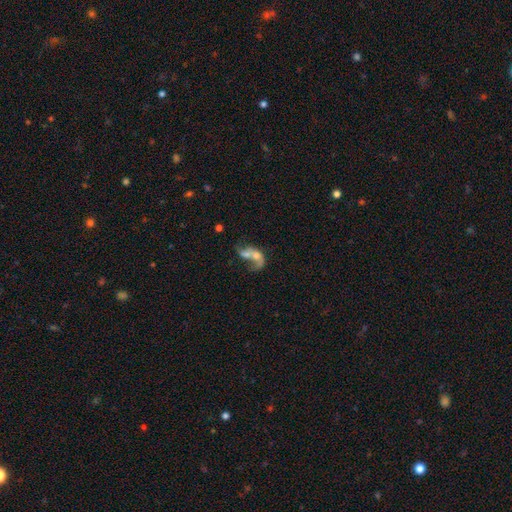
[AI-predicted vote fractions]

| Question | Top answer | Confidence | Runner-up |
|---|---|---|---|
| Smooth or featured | featured or disk | 47% | smooth (41%) |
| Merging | merger | 61% | major disturbance (20%) |